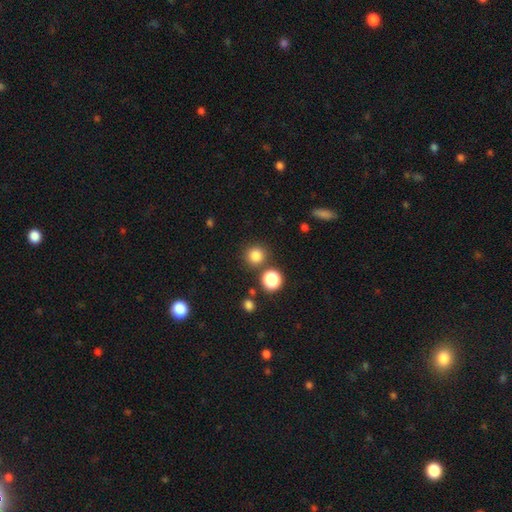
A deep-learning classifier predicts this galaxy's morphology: A smooth galaxy with no disk features (82%) that is round (92%). Merging: none (83%).